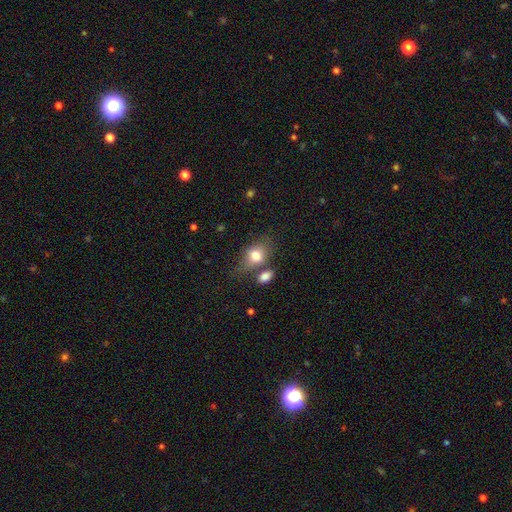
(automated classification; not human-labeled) smooth 77%, featured or disk 14%, star or artifact 9%. Down the decision tree: how rounded — in between (73%); merging — none (51%).